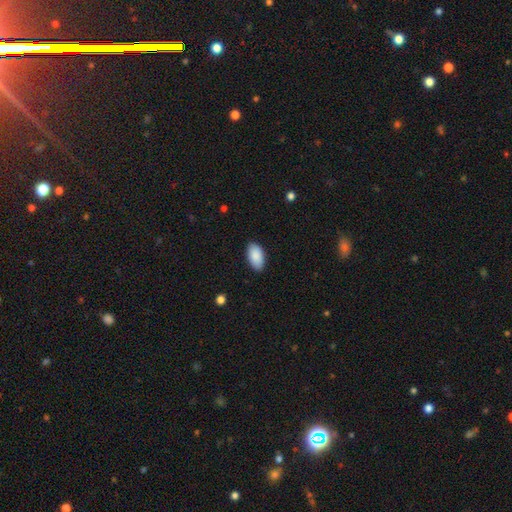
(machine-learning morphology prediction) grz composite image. It shows a smooth galaxy with no disk features (90%) that is in between round and cigar-shaped (95%). Merging: none (88%).